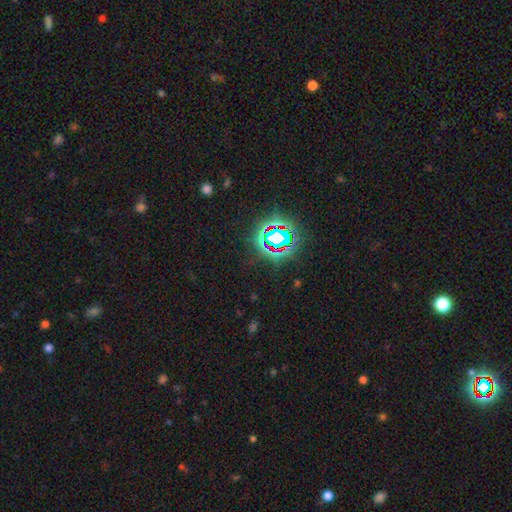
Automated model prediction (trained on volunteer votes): Smooth or featured: star or artifact — 80% (smooth — 13%)